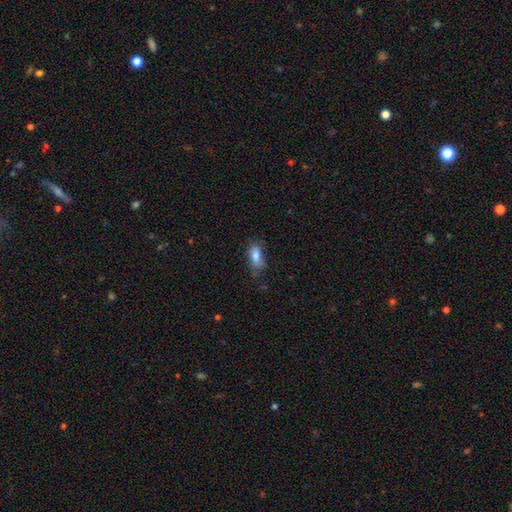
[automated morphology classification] Smooth or featured? Predicted: smooth (p=0.81). How rounded? Predicted: in between (p=0.84). Merging? Predicted: none (p=0.61).